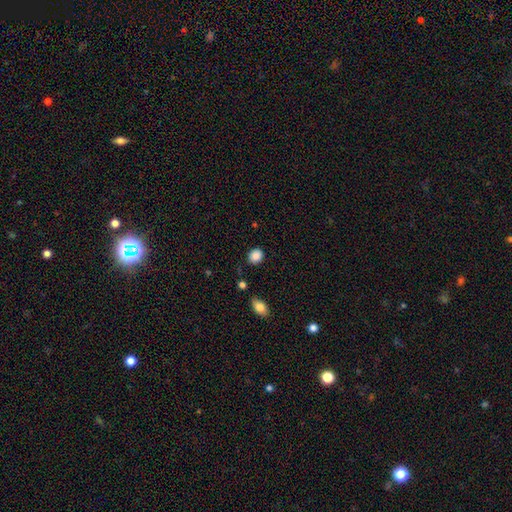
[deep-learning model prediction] smooth 88%, star or artifact 8%, featured or disk 4%. Down the decision tree: how rounded — round (69%); merging — none (85%).